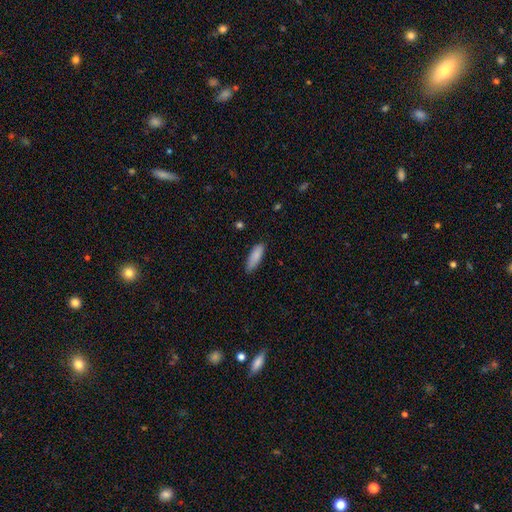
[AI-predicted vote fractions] This appears to be a smooth galaxy with no disk features (87%) that is in between round and cigar-shaped (56%). Merging: none (78%).